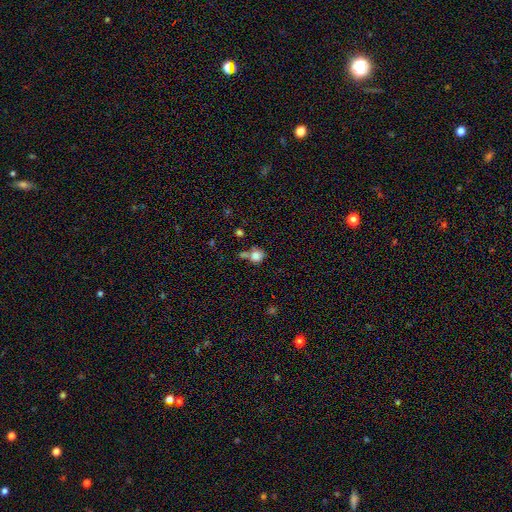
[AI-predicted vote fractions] Smooth or featured? Predicted: smooth (p=0.82). How rounded? Predicted: round (p=0.82). Merging? Predicted: none (p=0.46).